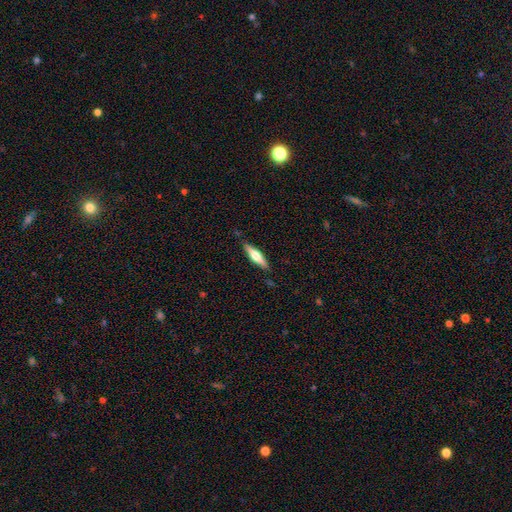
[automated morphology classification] A featured or disk galaxy (50%) viewed edge-on (95%).

Vote fractions:
- Smooth or featured? featured or disk: 50% / smooth: 44% / star or artifact: 6%
- Edge-on disk? yes: 95% / no: 5%
- Merging? none: 86% / minor disturbance: 11% / major disturbance: 2% / merger: 1%